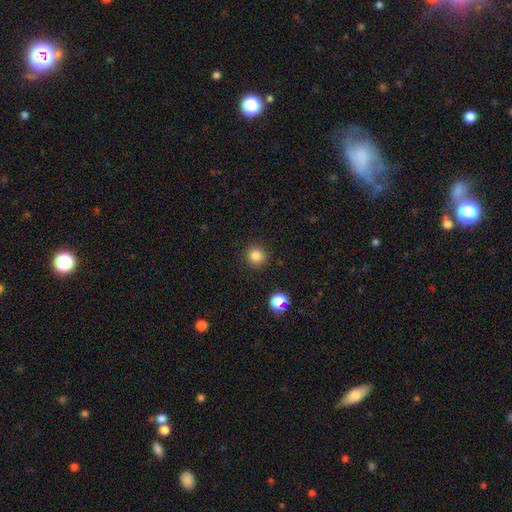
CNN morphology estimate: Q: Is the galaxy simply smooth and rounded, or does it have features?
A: smooth — 83%.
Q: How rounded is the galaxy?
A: round — 92%.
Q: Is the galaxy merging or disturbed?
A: none — 91%.